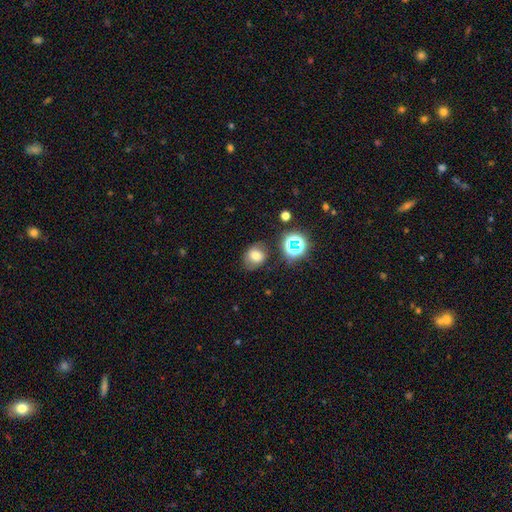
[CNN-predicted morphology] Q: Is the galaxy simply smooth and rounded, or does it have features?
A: smooth — 65%.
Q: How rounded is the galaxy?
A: round — 57%.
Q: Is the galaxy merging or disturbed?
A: none — 71%.